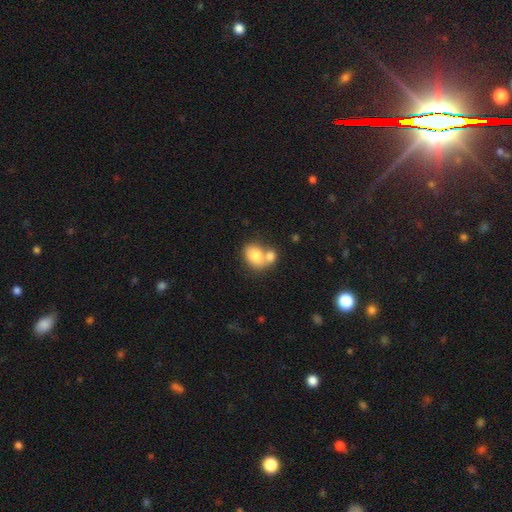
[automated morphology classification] This is likely a smooth galaxy (78%). How rounded: likely in between (61%). Merging: possibly merger (60%).